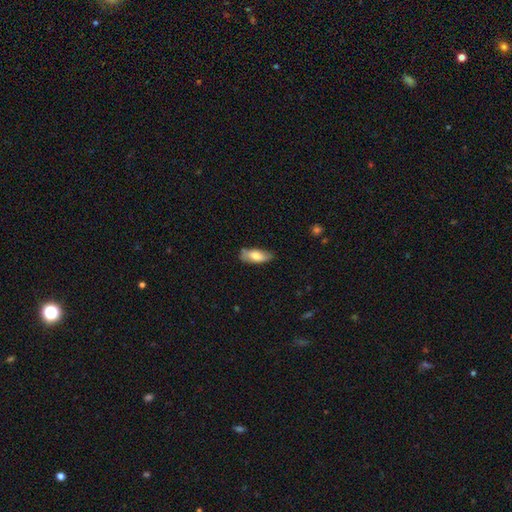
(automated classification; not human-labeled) smooth 74%, featured or disk 20%, star or artifact 6%. Down the decision tree: how rounded — in between (78%); merging — none (70%).